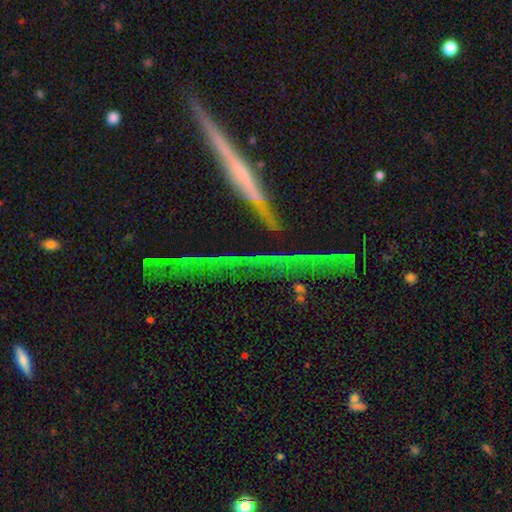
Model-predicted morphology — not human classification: Smooth or featured? star or artifact (64%)